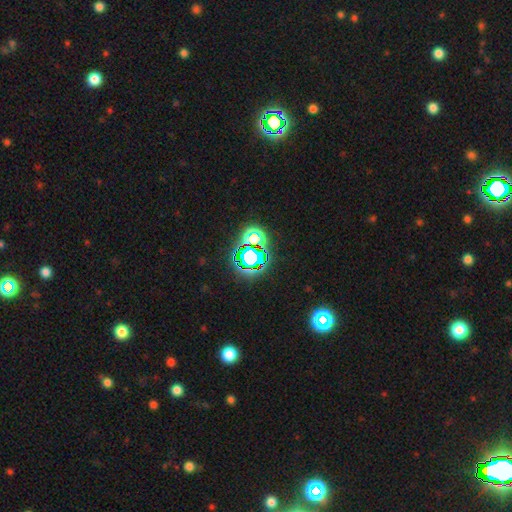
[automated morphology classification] Smooth or featured: star or artifact — 66% (smooth — 22%)